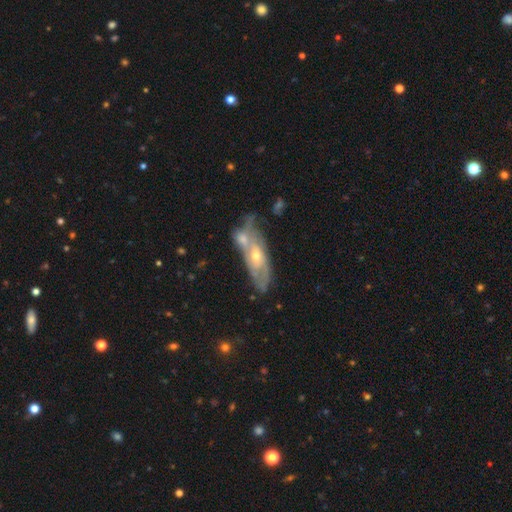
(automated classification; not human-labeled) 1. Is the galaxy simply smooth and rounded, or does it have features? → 67% featured or disk, 25% smooth, 7% star or artifact.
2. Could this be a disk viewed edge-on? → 81% no, 19% yes.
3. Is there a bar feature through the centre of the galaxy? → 72% no, 22% weak, 6% strong.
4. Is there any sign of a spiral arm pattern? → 59% yes, 41% no.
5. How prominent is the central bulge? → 49% moderate, 47% small, 2% large, 1% none, 1% dominant.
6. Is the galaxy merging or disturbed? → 45% merger, 32% none, 15% minor disturbance, 8% major disturbance.